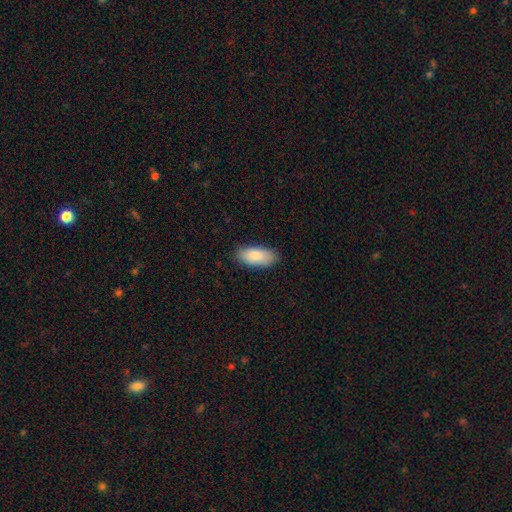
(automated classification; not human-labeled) smooth-or-featured: smooth: 87% | featured or disk: 7% | star or artifact: 6%
  how-rounded: in between: 90% | cigar-shaped: 8% | round: 2%
  merging: none: 85% | minor disturbance: 12% | major disturbance: 2% | merger: 1%